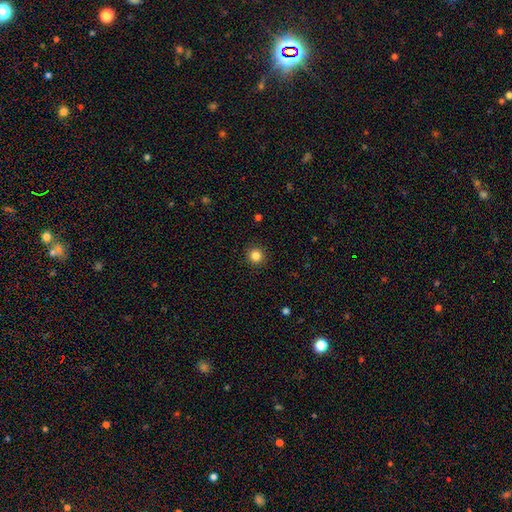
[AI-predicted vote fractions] Smooth or featured: smooth — 85% (star or artifact — 11%)
How rounded: round — 95% (in between — 4%)
Merging: none — 92% (minor disturbance — 5%)